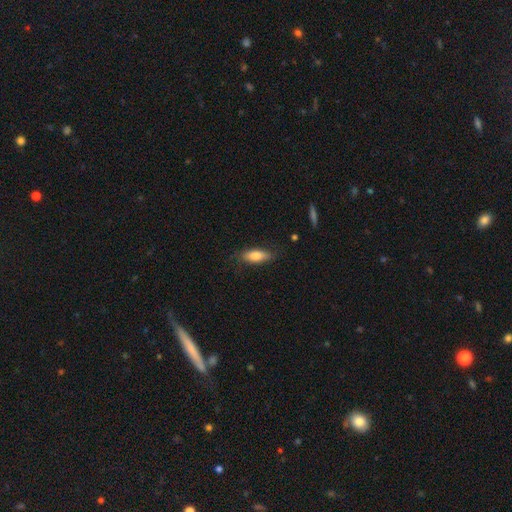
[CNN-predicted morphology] Smooth or featured? Predicted: smooth (p=0.78). How rounded? Predicted: in between (p=0.69). Merging? Predicted: none (p=0.79).